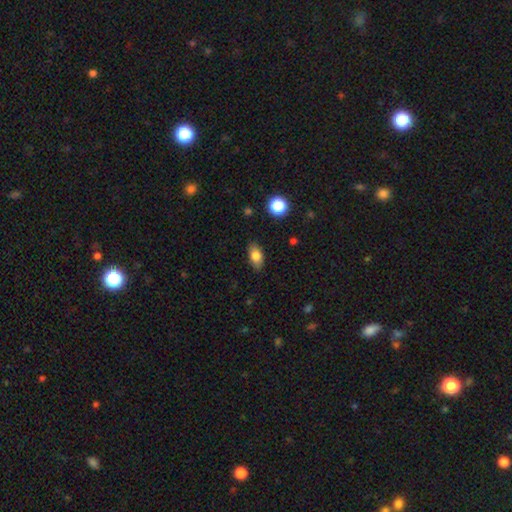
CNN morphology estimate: This appears to be a smooth galaxy with no disk features (81%) that is in between round and cigar-shaped (88%). Merging: none (85%).